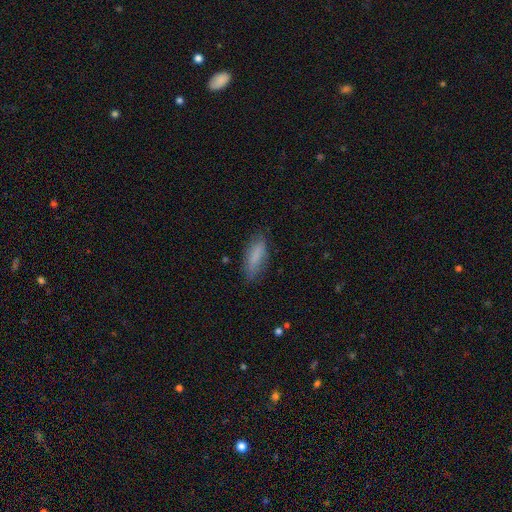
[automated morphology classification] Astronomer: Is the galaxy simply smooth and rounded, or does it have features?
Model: smooth — 81%.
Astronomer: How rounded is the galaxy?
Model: in between — 57% (runner-up: cigar-shaped, 41%).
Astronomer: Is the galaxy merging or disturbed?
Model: none — 77%.